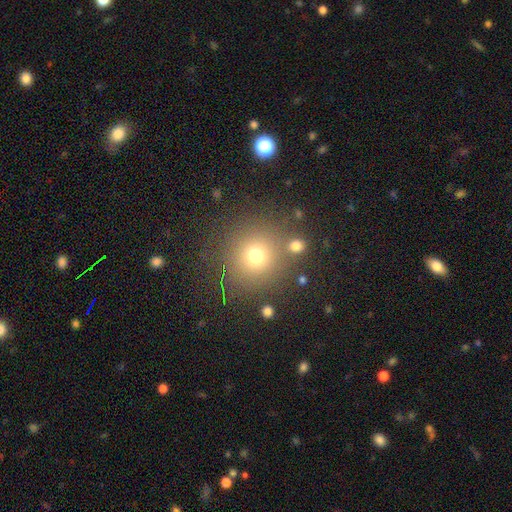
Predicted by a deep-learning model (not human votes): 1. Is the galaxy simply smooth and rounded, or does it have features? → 71% smooth, 20% star or artifact, 10% featured or disk.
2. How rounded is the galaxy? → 93% round, 6% in between, 1% cigar-shaped.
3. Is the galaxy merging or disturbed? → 82% none, 8% minor disturbance, 6% merger, 4% major disturbance.